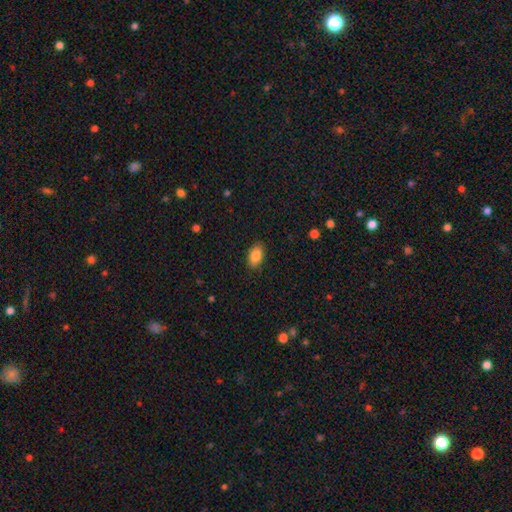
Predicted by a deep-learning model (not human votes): This is clearly a smooth galaxy (86%). How rounded: clearly in between (91%). Merging: clearly none (87%).